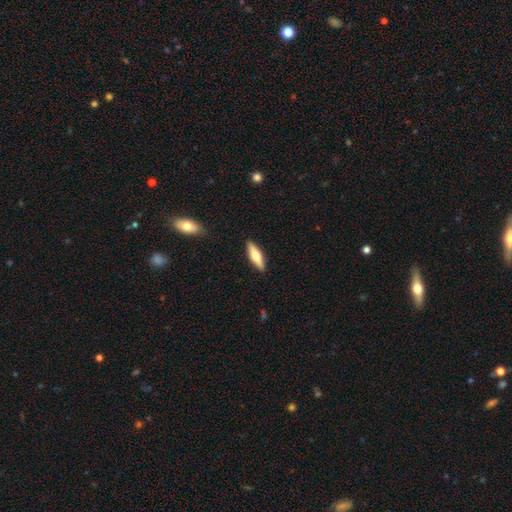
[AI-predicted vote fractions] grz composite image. It shows a smooth galaxy with no disk features (55%) that is cigar-shaped (57%). Merging: none (89%).